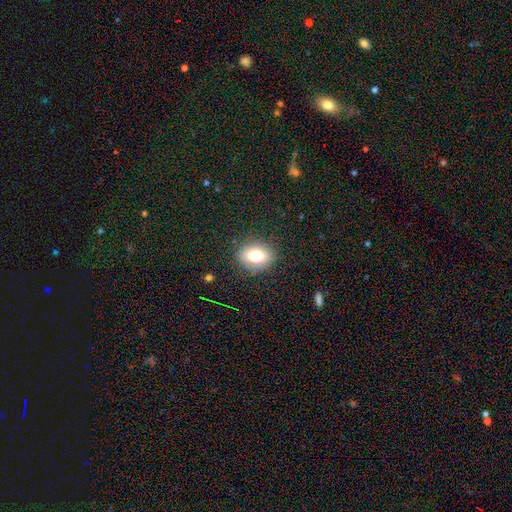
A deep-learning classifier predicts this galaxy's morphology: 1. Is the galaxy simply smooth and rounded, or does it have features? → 75% smooth, 13% featured or disk, 12% star or artifact.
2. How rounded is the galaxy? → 50% in between, 49% round, 1% cigar-shaped.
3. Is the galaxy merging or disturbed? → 85% none, 10% minor disturbance, 3% major disturbance, 1% merger.